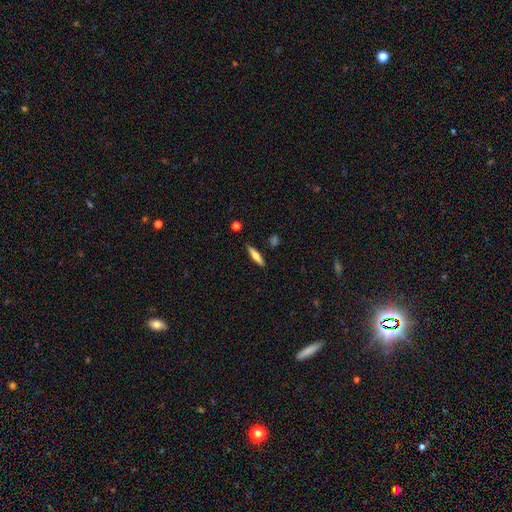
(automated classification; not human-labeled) smooth-or-featured: smooth: 56% | featured or disk: 37% | star or artifact: 7%
  how-rounded: cigar-shaped: 79% | in between: 19% | round: 2%
  merging: none: 86% | minor disturbance: 9% | merger: 2% | major disturbance: 2%